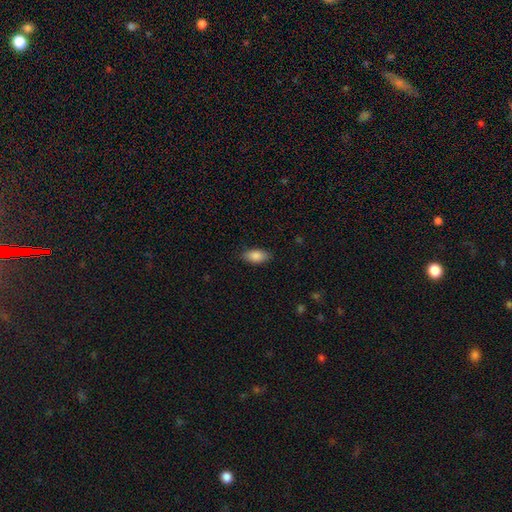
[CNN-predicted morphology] Overall: smooth (87%). How rounded: in between (90%). Merging: none (86%).